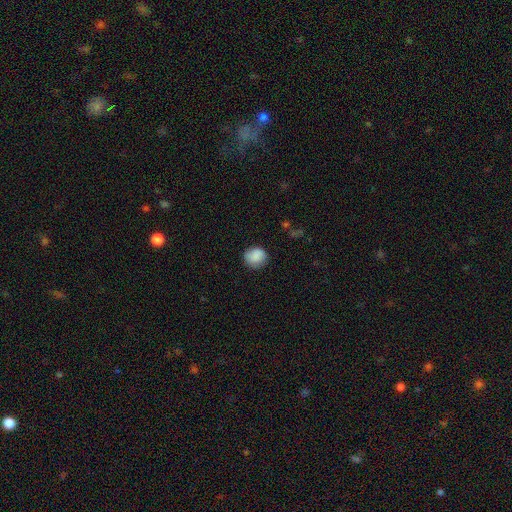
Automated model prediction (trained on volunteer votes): Smooth or featured: smooth — 86% (star or artifact — 8%)
How rounded: round — 81% (in between — 18%)
Merging: none — 79% (minor disturbance — 16%)